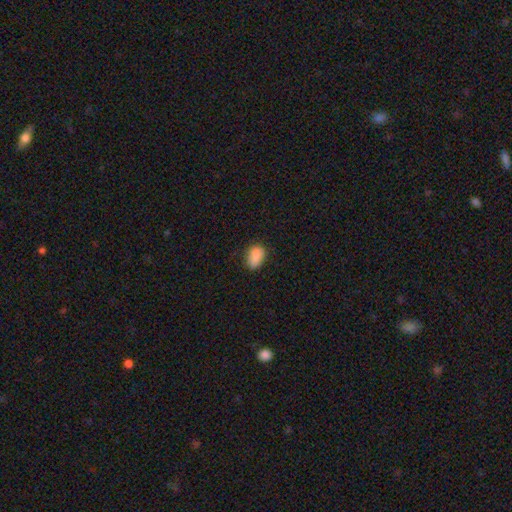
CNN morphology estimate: This appears to be a smooth galaxy with no disk features (87%) that is in between round and cigar-shaped (88%). Merging: none (71%).